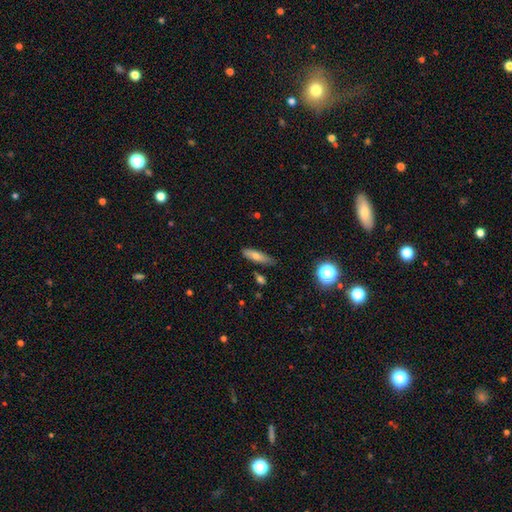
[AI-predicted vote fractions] smooth-or-featured: smooth: 66% | featured or disk: 24% | star or artifact: 10%
  how-rounded: cigar-shaped: 60% | in between: 36% | round: 3%
  merging: none: 77% | minor disturbance: 17% | merger: 3% | major disturbance: 3%